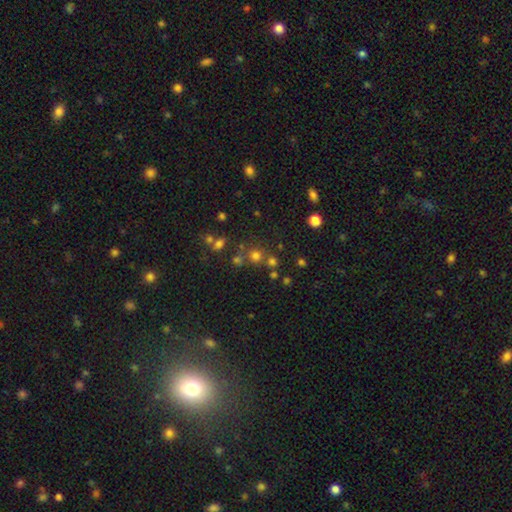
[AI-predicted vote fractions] The model was most divided on "smooth or featured": smooth: 65%, star or artifact: 26%, featured or disk: 9%. More confident: how rounded — round (89%); merging — none (68%).